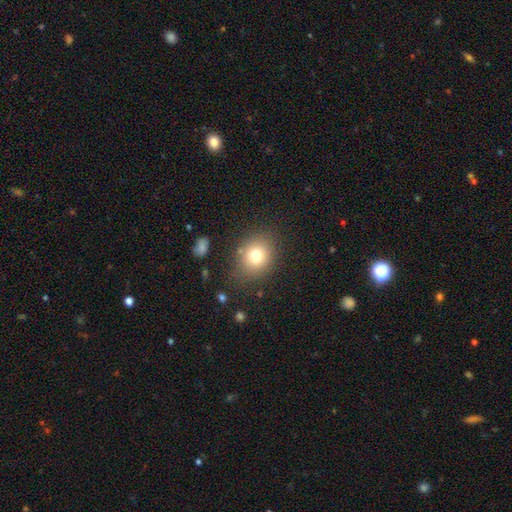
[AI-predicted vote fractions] The model was most divided on "how rounded": round: 63%, in between: 36%, cigar-shaped: 1%. More confident: merging — none (80%); smooth or featured — smooth (76%).